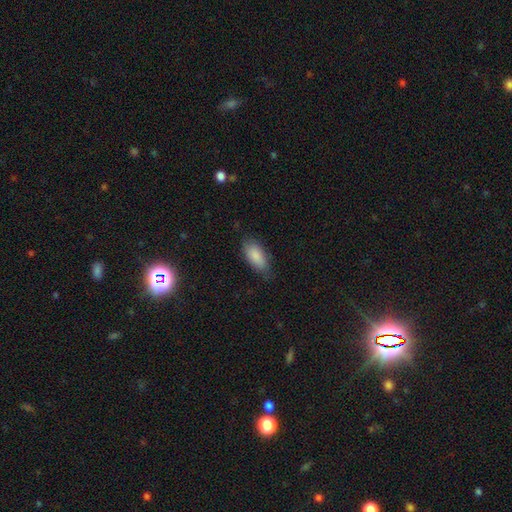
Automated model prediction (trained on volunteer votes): A smooth galaxy with no disk features (88%) that is in between round and cigar-shaped (91%). Merging: none (74%).